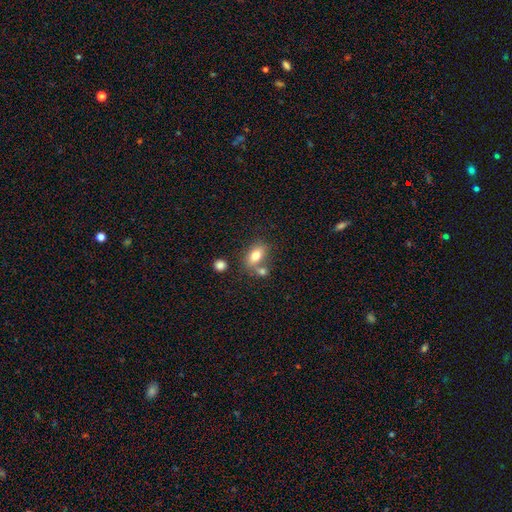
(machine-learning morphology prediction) A smooth galaxy with no disk features (76%) that is in between round and cigar-shaped (85%). Merging: none (53%).